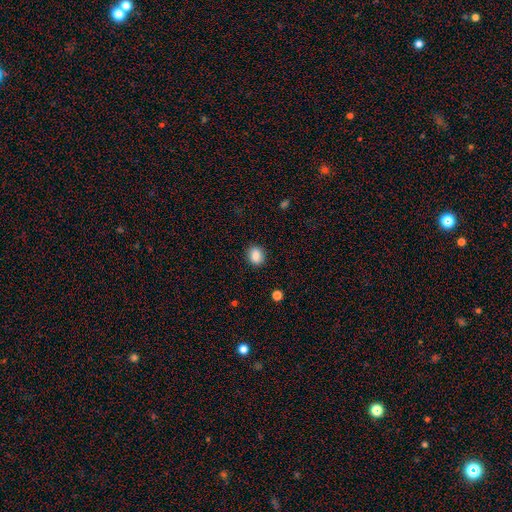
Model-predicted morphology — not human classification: Overall: smooth (87%). How rounded: round (54%; in between 44%). Merging: none (89%).